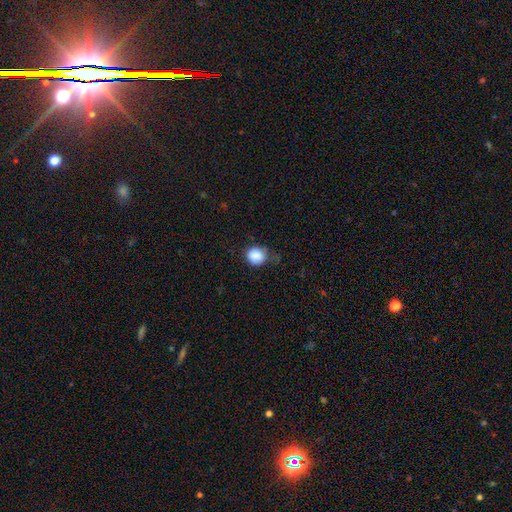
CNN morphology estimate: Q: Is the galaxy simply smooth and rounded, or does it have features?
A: smooth — 87%.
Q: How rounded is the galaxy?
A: round — 74%.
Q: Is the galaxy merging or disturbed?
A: none — 58%.